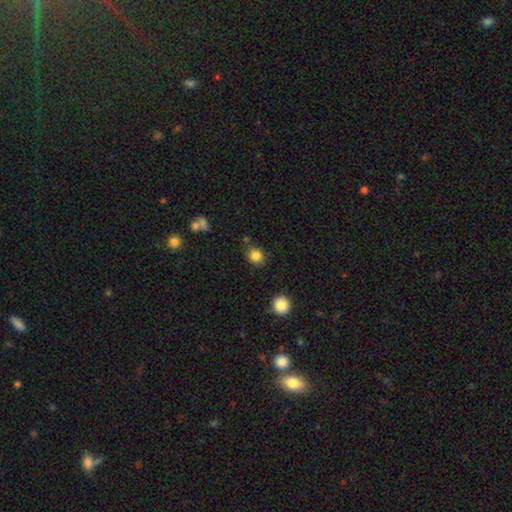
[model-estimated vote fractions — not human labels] Smooth or featured: smooth — 84% (star or artifact — 11%)
How rounded: round — 72% (in between — 27%)
Merging: none — 79% (minor disturbance — 13%)